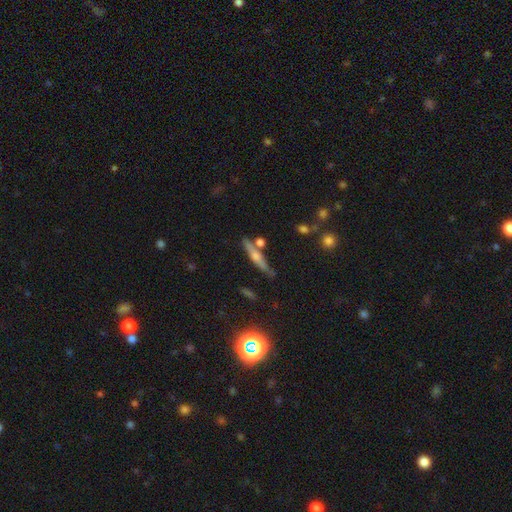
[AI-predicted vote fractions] Overall: featured or disk (57%; smooth 34%). Edge-on disk: yes (94%). Edge-on bulge: rounded (81%). Merging: none (76%).